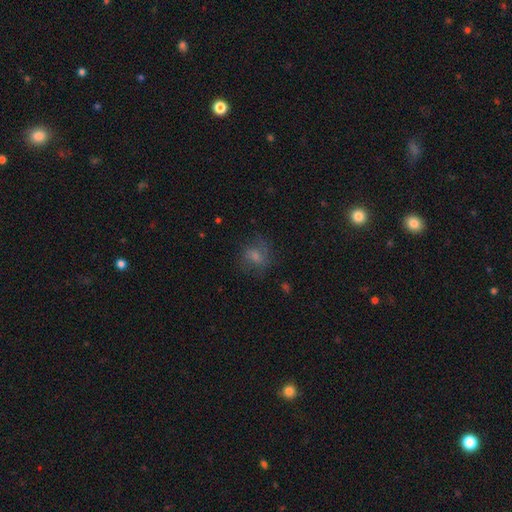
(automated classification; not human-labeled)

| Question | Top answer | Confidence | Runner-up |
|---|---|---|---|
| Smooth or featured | smooth | 60% | featured or disk (26%) |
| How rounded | round | 53% | in between (45%) |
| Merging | none | 60% | minor disturbance (22%) |